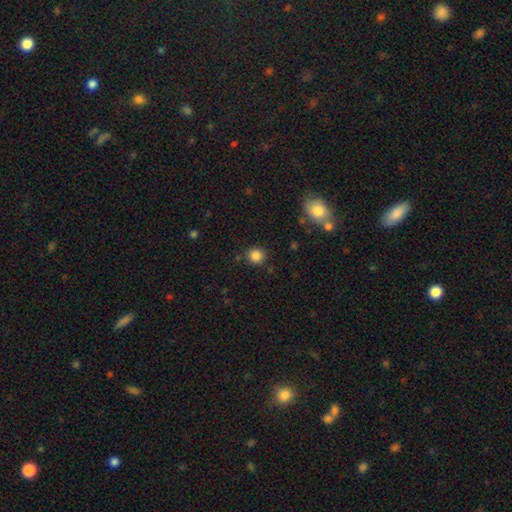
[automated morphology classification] Smooth or featured? smooth (85%)
How rounded? round (91%)
Merging? none (87%)